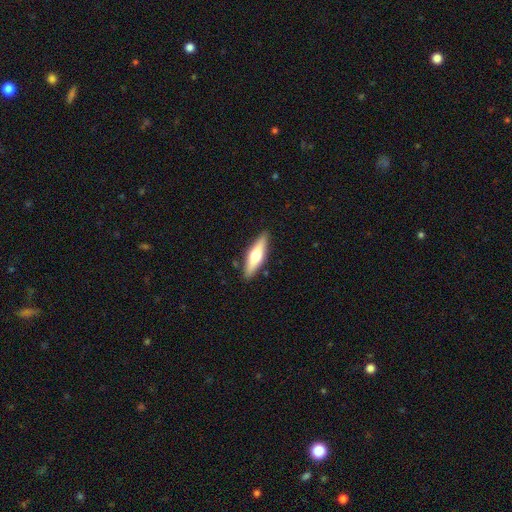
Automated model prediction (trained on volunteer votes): This is possibly a smooth galaxy (50%). How rounded: likely cigar-shaped (63%). Merging: clearly none (88%).